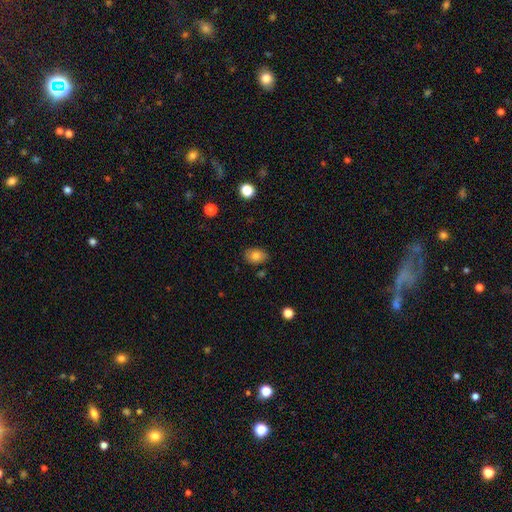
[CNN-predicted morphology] This appears to be a smooth galaxy with no disk features (80%) that is in between round and cigar-shaped (76%). Merging: none (82%).